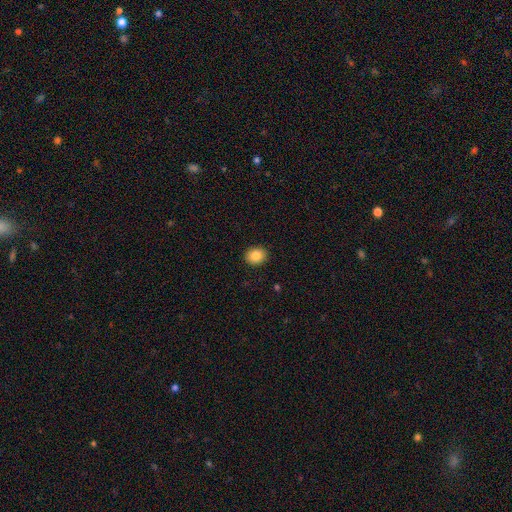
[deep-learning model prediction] smooth-or-featured: smooth: 84% | star or artifact: 9% | featured or disk: 7%
  how-rounded: round: 61% | in between: 38% | cigar-shaped: 1%
  merging: none: 91% | minor disturbance: 6% | major disturbance: 2% | merger: 1%